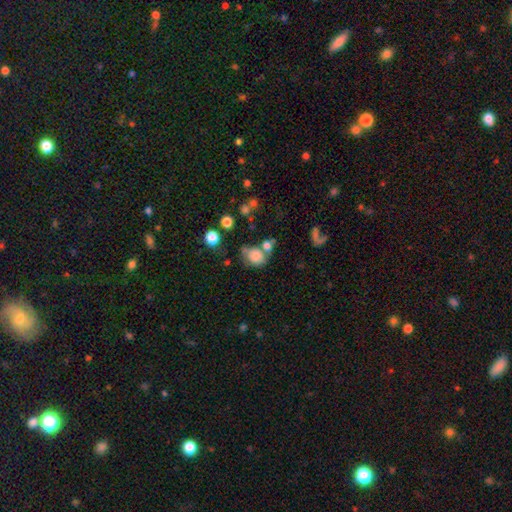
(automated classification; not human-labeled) smooth_or_featured: smooth (p=0.77) [alt: featured or disk p=0.13]
how_rounded: round (p=0.54) [alt: in between p=0.44]
merging: none (p=0.38) [alt: merger p=0.26]